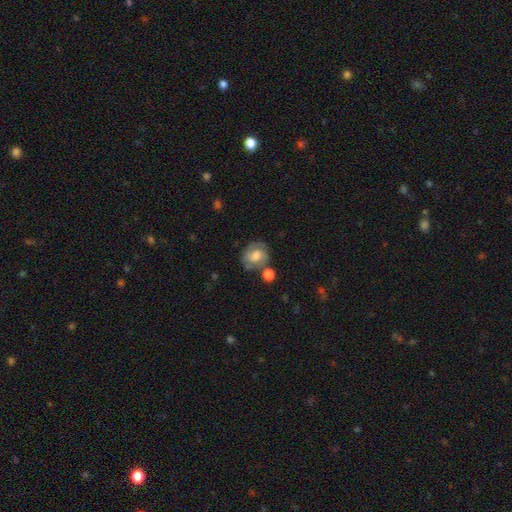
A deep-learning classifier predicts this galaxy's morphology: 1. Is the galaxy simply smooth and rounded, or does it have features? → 57% featured or disk, 35% smooth, 8% star or artifact.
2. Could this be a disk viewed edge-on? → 97% no, 3% yes.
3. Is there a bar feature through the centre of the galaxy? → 54% no, 38% weak, 9% strong.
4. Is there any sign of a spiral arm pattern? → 85% yes, 15% no.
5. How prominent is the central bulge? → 53% moderate, 24% small, 15% large, 7% none, 2% dominant.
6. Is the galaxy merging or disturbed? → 62% none, 19% minor disturbance, 11% merger, 8% major disturbance.